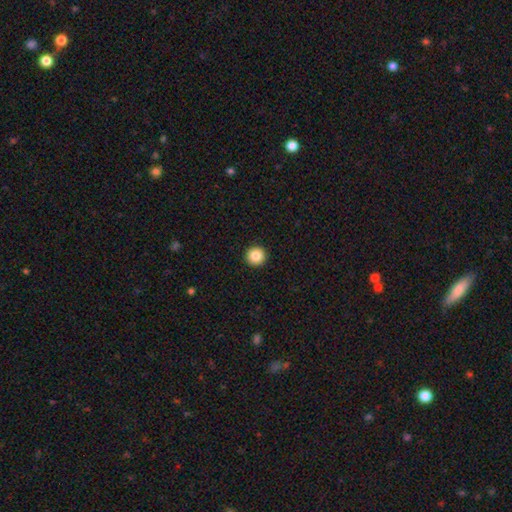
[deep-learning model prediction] Smooth or featured? smooth (86%)
How rounded? round (96%)
Merging? none (94%)